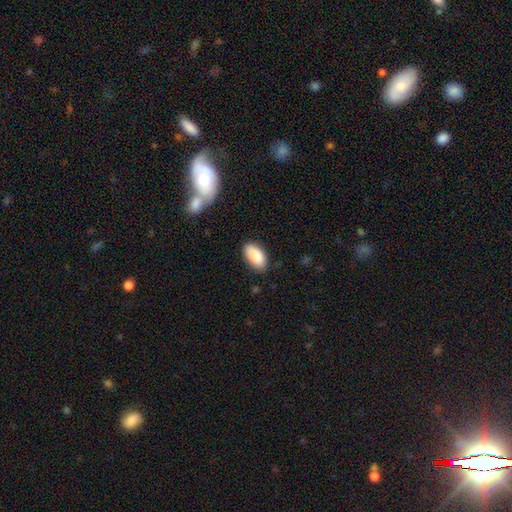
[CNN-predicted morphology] The model was most divided on "merging": none: 83%, minor disturbance: 13%, major disturbance: 3%, merger: 1%. More confident: how rounded — in between (94%); smooth or featured — smooth (88%).